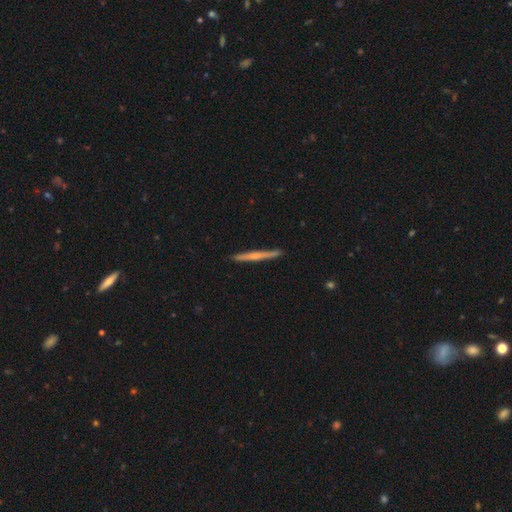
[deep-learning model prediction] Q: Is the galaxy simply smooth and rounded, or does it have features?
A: featured or disk — 53%.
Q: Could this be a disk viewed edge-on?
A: yes — 98%.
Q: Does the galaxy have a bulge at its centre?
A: none — 52%.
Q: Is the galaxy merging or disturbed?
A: none — 91%.